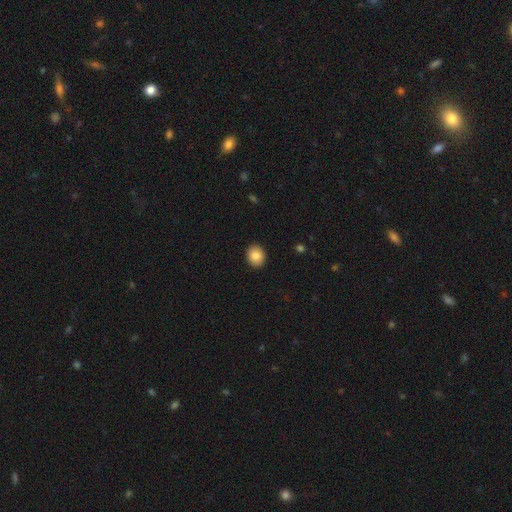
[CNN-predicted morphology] smooth-or-featured: smooth: 88% | star or artifact: 8% | featured or disk: 4%
  how-rounded: round: 62% | in between: 37% | cigar-shaped: 1%
  merging: none: 91% | minor disturbance: 6% | major disturbance: 2% | merger: 1%